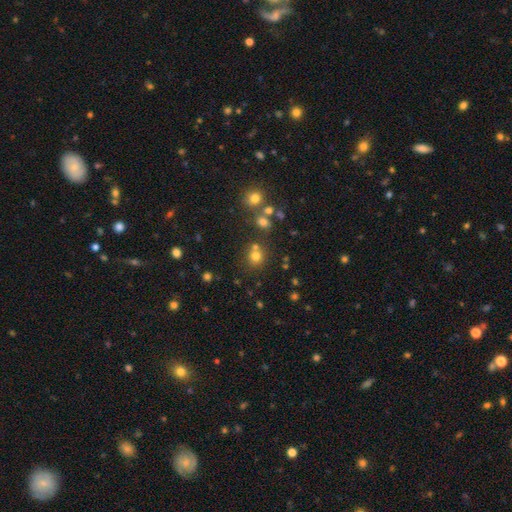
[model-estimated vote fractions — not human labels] A smooth galaxy with no disk features (71%) that is round (88%). Merging: none (65%).